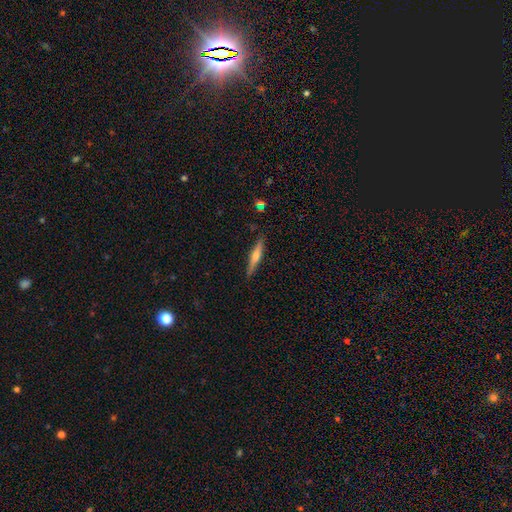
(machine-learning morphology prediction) smooth_or_featured: featured or disk (p=0.57) [alt: smooth p=0.37]
disk_edge_on: yes (p=0.96) [alt: no p=0.04]
edge_on_bulge: rounded (p=0.85) [alt: none p=0.10]
merging: none (p=0.88) [alt: minor disturbance p=0.09]